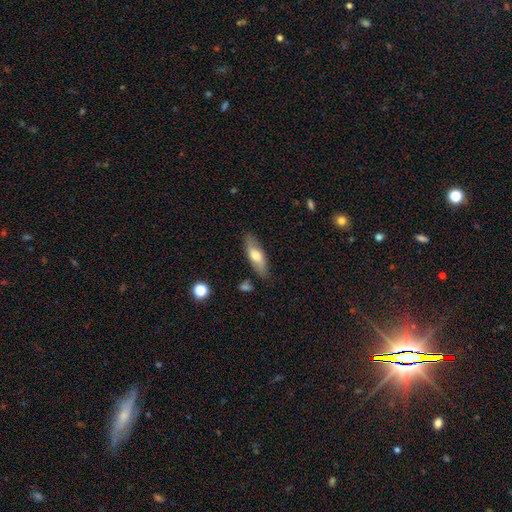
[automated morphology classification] The model was most divided on "smooth or featured": smooth: 59%, featured or disk: 34%, star or artifact: 6%. More confident: merging — none (81%); how rounded — in between (64%).